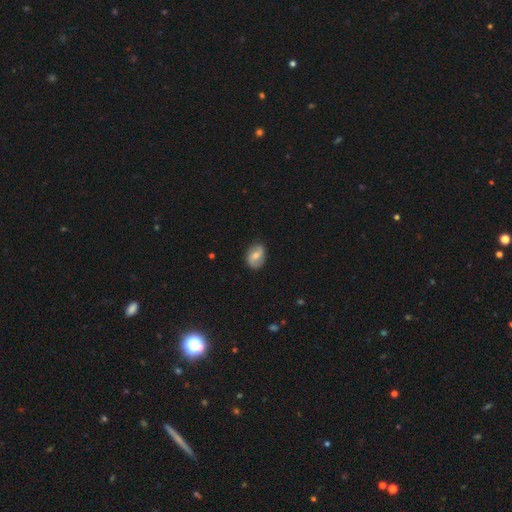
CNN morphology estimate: Smooth or featured?
  - featured or disk: 46% * (tied)
  - smooth: 46% * (tied)
  - star or artifact: 7%
Merging?
  - none: 81% *
  - minor disturbance: 15%
  - major disturbance: 3%
  - merger: 1%